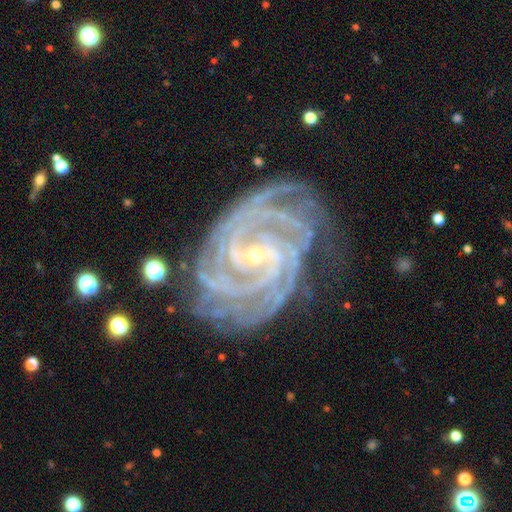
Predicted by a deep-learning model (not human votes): smooth_or_featured: featured or disk (p=0.92) [alt: star or artifact p=0.05]
disk_edge_on: no (p=0.98) [alt: yes p=0.02]
bar: weak (p=0.40) [alt: no p=0.37]
has_spiral_arms: yes (p=0.99) [alt: no p=0.01]
spiral_winding: tight (p=0.73) [alt: medium p=0.23]
spiral_arm_count: 4 (p=0.24) [alt: 3 p=0.19]
bulge_size: small (p=0.75) [alt: moderate p=0.22]
merging: none (p=0.69) [alt: minor disturbance p=0.20]